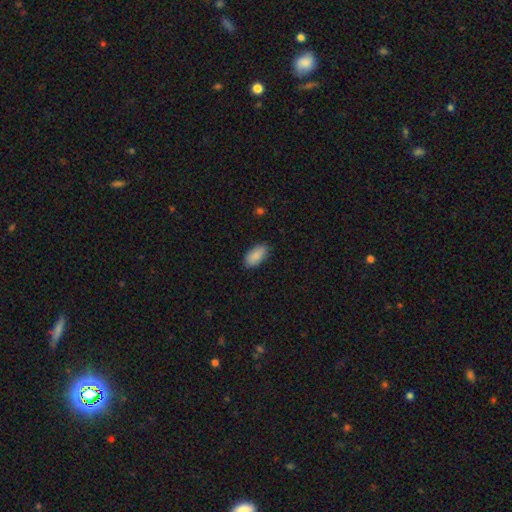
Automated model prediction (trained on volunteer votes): This appears to be a smooth galaxy with no disk features (89%) that is in between round and cigar-shaped (94%). Merging: none (85%).